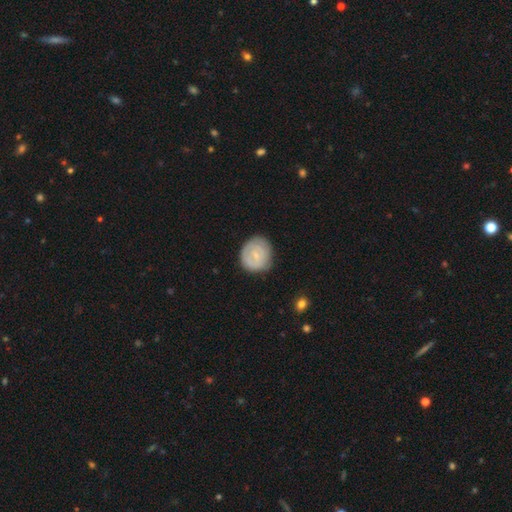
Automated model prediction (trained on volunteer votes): A smooth galaxy with no disk features (50%) that is round (79%). Merging: none (77%).